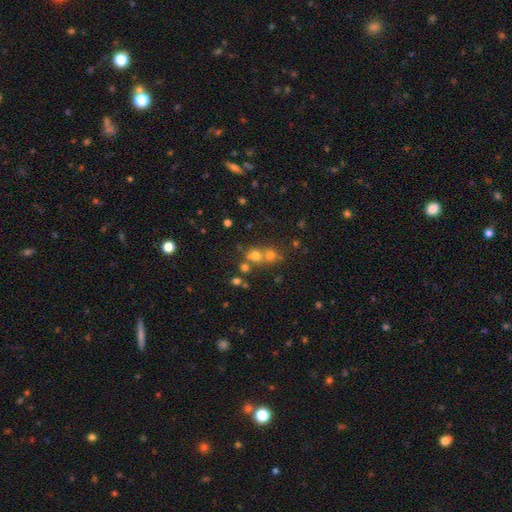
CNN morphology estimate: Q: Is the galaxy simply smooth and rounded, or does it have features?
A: smooth — 62%.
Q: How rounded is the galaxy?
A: round — 82%.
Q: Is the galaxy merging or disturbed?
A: merger — 48%.